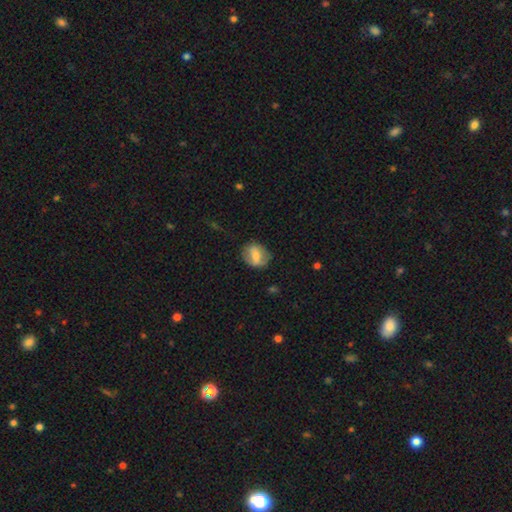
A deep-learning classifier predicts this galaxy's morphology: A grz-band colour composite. It shows a smooth galaxy with no disk features (53%) that is round (50%). Merging: none (75%).